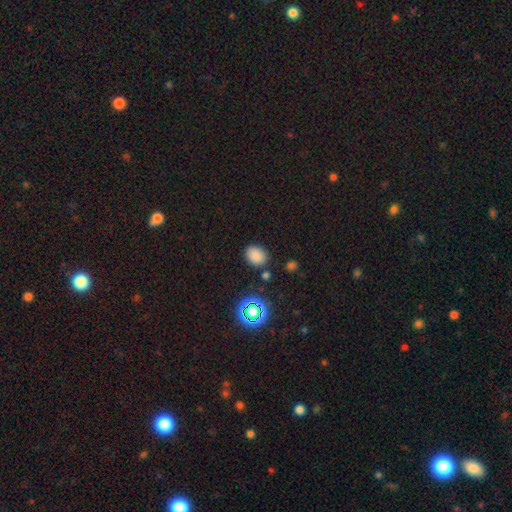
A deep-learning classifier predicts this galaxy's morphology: A smooth galaxy with no disk features (81%) that is in between round and cigar-shaped (62%).

Vote fractions:
- Smooth or featured? smooth: 81% / star or artifact: 14% / featured or disk: 5%
- How rounded? in between: 62% / round: 37% / cigar-shaped: 1%
- Merging? none: 81% / minor disturbance: 12% / merger: 4% / major disturbance: 3%